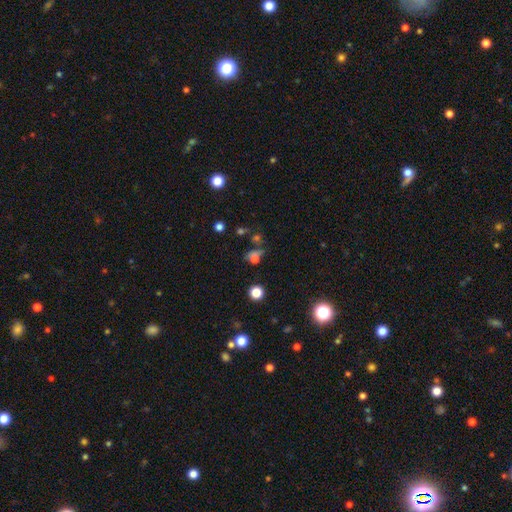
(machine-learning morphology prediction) smooth 54%, star or artifact 30%, featured or disk 16%. Down the decision tree: how rounded — round (62%); merging — none (50%).